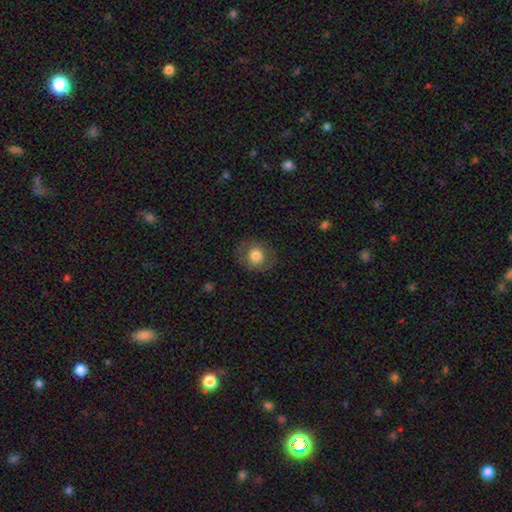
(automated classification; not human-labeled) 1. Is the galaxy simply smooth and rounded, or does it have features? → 75% smooth, 17% featured or disk, 9% star or artifact.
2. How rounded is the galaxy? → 80% round, 19% in between, 1% cigar-shaped.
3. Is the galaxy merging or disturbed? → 82% none, 12% minor disturbance, 5% major disturbance, 1% merger.